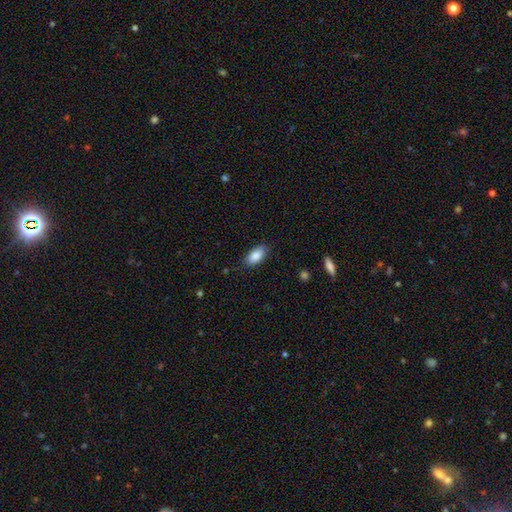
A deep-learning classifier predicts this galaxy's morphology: This is clearly a smooth galaxy (88%). How rounded: clearly in between (91%). Merging: clearly none (84%).